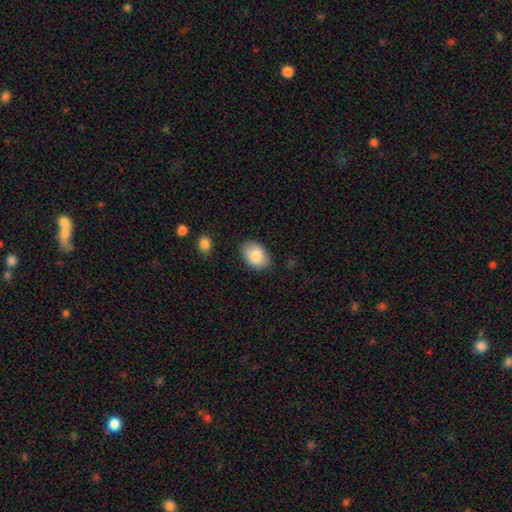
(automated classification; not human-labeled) The model was most divided on "how rounded": in between: 83%, round: 16%, cigar-shaped: 1%. More confident: smooth or featured — smooth (85%); merging — none (81%).